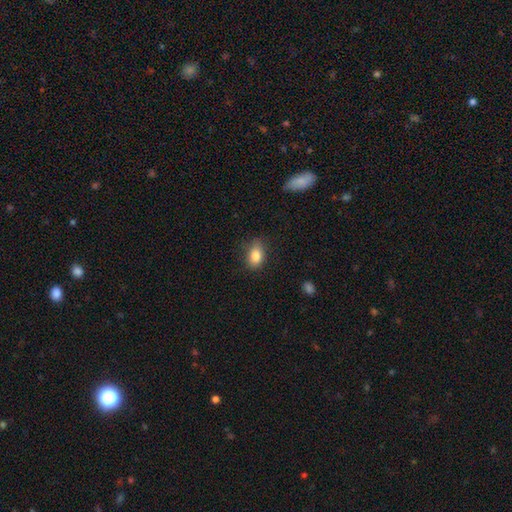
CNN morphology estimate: This is clearly a smooth galaxy (84%). How rounded: clearly in between (83%). Merging: likely none (73%).